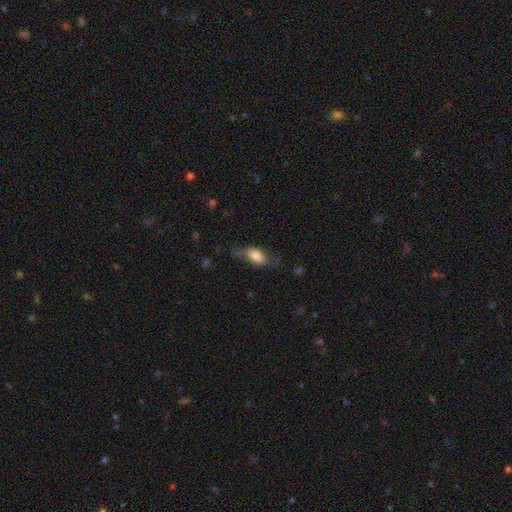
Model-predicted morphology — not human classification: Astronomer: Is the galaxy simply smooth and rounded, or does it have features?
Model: smooth — 74%.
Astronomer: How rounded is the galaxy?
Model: in between — 86%.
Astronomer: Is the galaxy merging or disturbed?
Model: none — 53% (runner-up: minor disturbance, 29%).